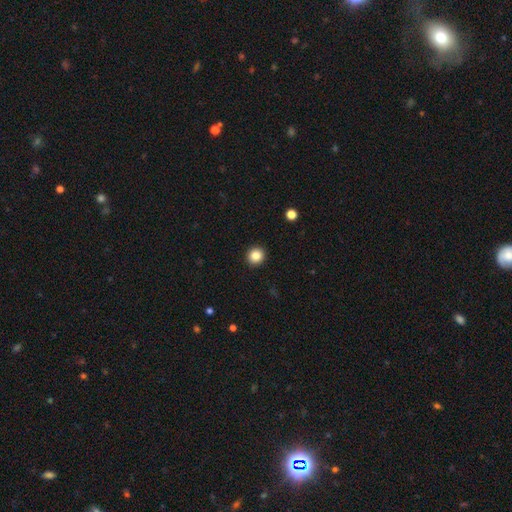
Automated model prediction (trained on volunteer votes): Smooth or featured?
  - smooth: 85% *
  - star or artifact: 10%
  - featured or disk: 5%
How rounded?
  - round: 91% *
  - in between: 8%
  - cigar-shaped: 1%
Merging?
  - none: 93% *
  - minor disturbance: 4%
  - major disturbance: 2%
  - merger: 1%